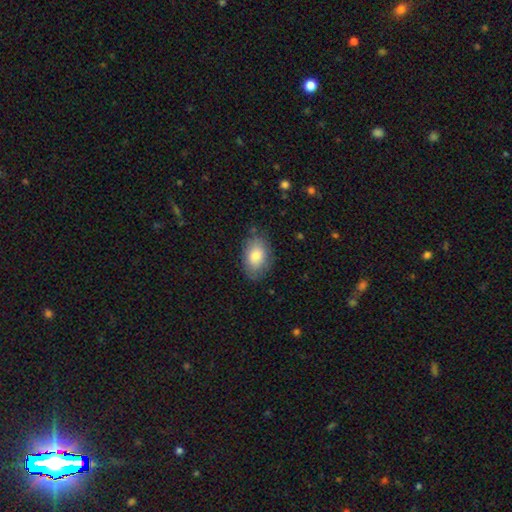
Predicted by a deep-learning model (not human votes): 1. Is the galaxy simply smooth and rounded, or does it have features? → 80% smooth, 14% featured or disk, 7% star or artifact.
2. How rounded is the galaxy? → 87% in between, 12% round, 1% cigar-shaped.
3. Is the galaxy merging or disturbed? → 78% none, 17% minor disturbance, 4% major disturbance, 1% merger.